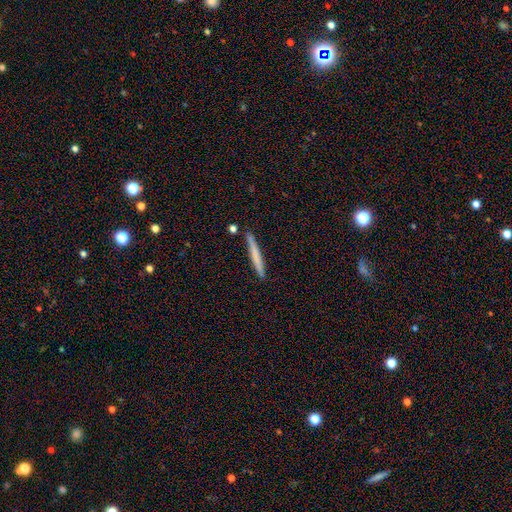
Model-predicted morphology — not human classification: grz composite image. It shows a smooth galaxy with no disk features (64%) that is cigar-shaped (96%). Merging: none (86%).